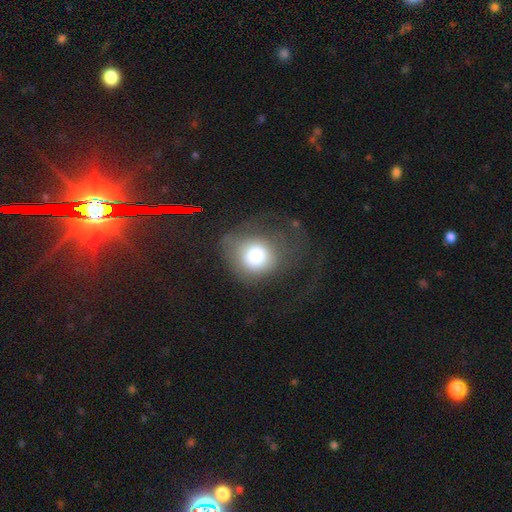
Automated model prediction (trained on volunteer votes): This appears to be a smooth galaxy with no disk features (71%) that is round (83%). Merging: none (47%).